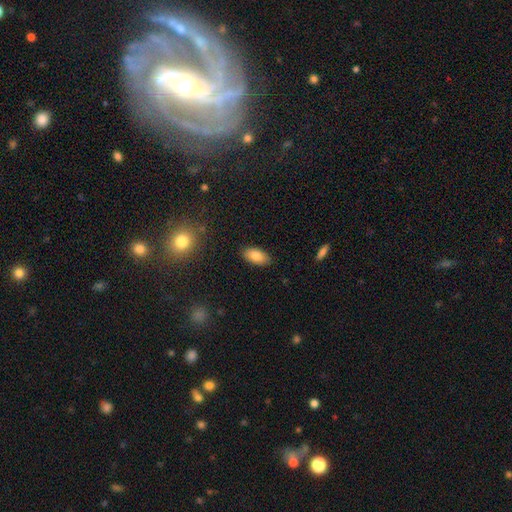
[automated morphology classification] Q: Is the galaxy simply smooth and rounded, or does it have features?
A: smooth — 85%.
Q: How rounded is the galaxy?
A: in between — 92%.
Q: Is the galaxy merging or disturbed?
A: none — 87%.